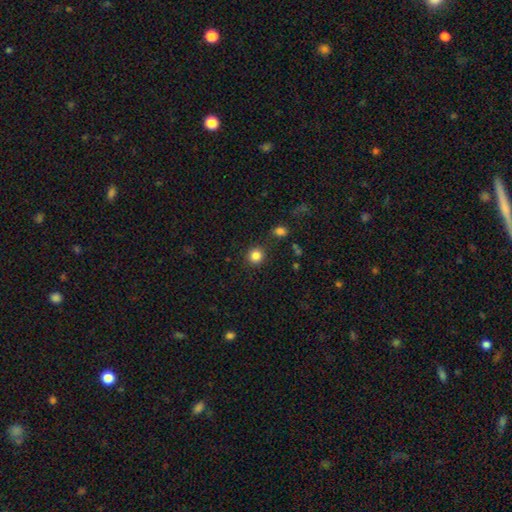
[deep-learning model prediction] Smooth or featured?
  - smooth: 84% *
  - star or artifact: 12%
  - featured or disk: 4%
How rounded?
  - round: 92% *
  - in between: 7%
  - cigar-shaped: 1%
Merging?
  - none: 88% *
  - minor disturbance: 7%
  - merger: 3%
  - major disturbance: 2%